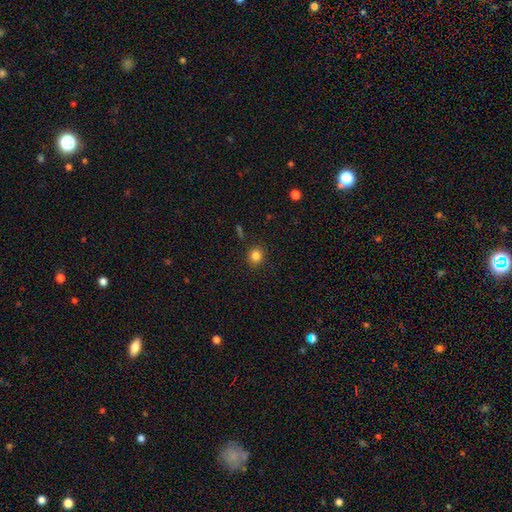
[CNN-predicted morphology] Smooth or featured: smooth — 84% (star or artifact — 12%)
How rounded: round — 82% (in between — 17%)
Merging: none — 88% (minor disturbance — 8%)